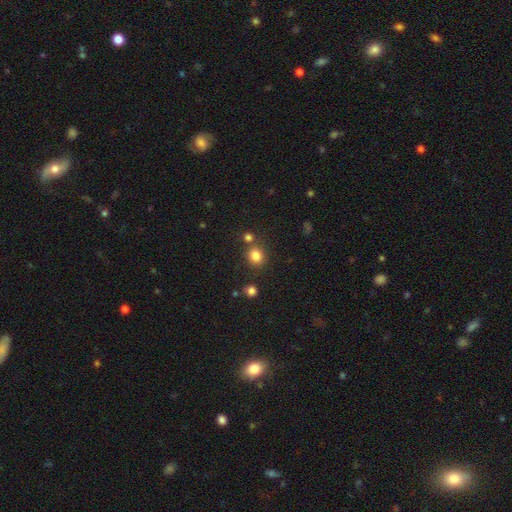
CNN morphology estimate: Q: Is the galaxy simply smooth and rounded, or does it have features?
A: smooth — 82%.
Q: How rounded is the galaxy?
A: round — 78%.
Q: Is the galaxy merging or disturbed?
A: none — 76%.